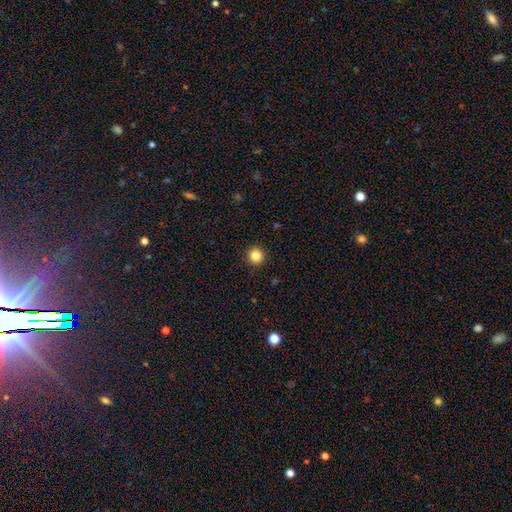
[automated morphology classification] The model was most divided on "smooth or featured": smooth: 84%, star or artifact: 12%, featured or disk: 4%. More confident: how rounded — round (95%); merging — none (93%).